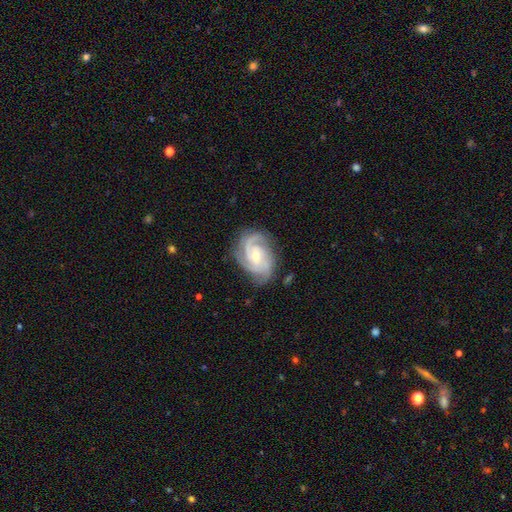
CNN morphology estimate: Smooth or featured: featured or disk — 91% (smooth — 5%)
Edge-on disk: no — 98% (yes — 2%)
Bar: no — 49% (weak — 41%)
Spiral arms: yes — 98% (no — 2%)
Spiral winding: tight — 58% (medium — 37%)
Spiral arm count: 3 — 56% (2 — 20%)
Bulge size: moderate — 54% (small — 43%)
Merging: none — 74% (minor disturbance — 19%)